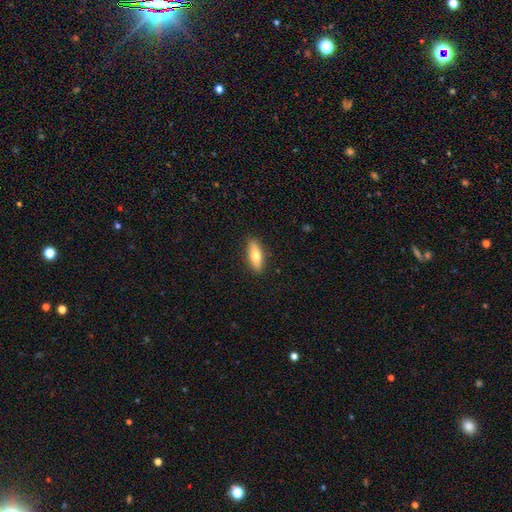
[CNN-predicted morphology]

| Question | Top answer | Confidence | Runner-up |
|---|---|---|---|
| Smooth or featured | smooth | 65% | featured or disk (29%) |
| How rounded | in between | 56% | cigar-shaped (42%) |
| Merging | none | 89% | minor disturbance (8%) |